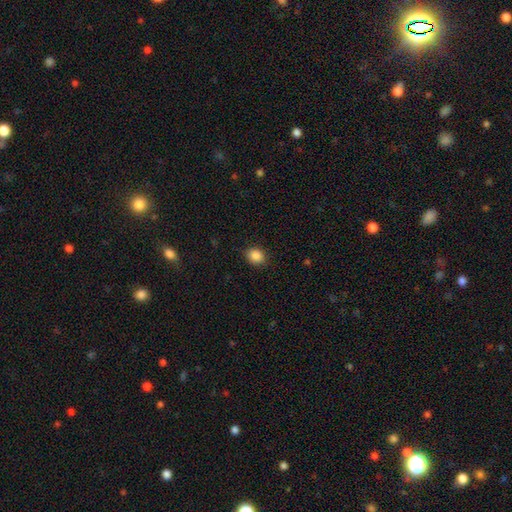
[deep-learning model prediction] smooth_or_featured: smooth (p=0.87) [alt: star or artifact p=0.10]
how_rounded: round (p=0.57) [alt: in between p=0.42]
merging: none (p=0.88) [alt: minor disturbance p=0.09]